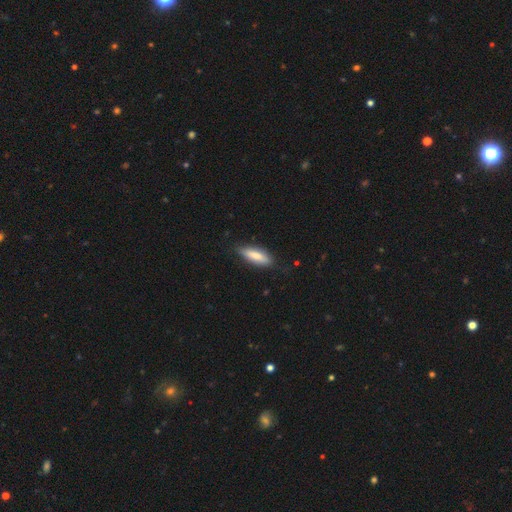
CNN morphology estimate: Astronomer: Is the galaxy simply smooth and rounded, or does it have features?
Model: smooth — 75%.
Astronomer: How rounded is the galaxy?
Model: in between — 52% (runner-up: cigar-shaped, 47%).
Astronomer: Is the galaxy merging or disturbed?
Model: none — 81%.